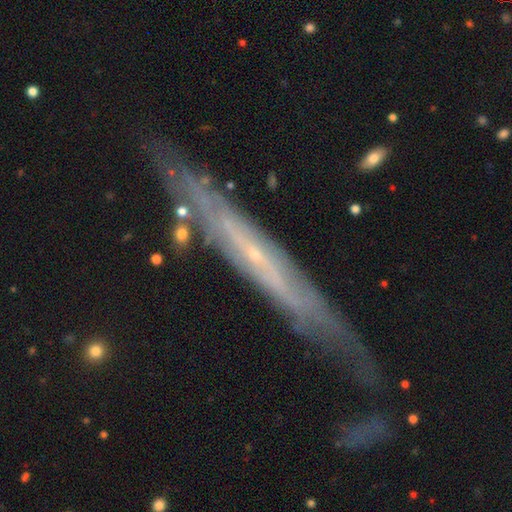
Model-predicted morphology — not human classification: Overall: featured or disk (75%). Edge-on disk: yes (68%; no 32%). Edge-on bulge: none (68%). Merging: none (75%).